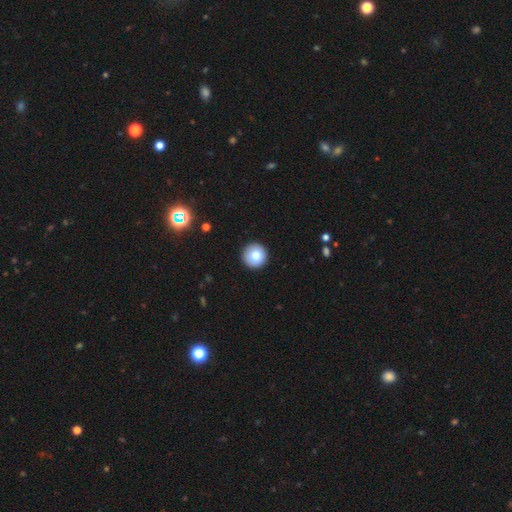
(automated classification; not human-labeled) The model was most divided on "smooth or featured": smooth: 82%, featured or disk: 9%, star or artifact: 9%. More confident: how rounded — round (96%); merging — none (91%).